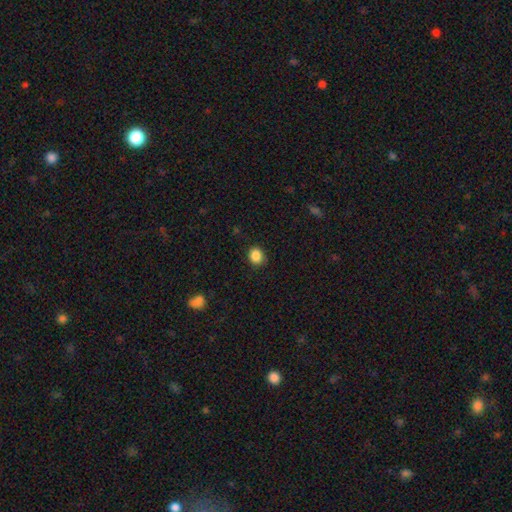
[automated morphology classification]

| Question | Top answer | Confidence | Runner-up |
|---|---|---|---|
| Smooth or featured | smooth | 87% | star or artifact (10%) |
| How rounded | round | 70% | in between (29%) |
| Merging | none | 87% | minor disturbance (10%) |